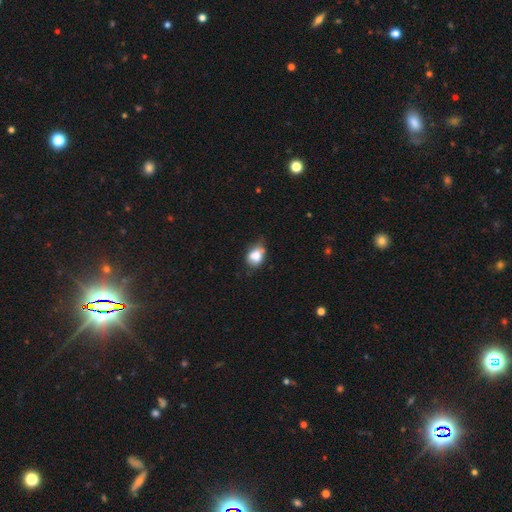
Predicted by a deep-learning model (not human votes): Smooth or featured? Predicted: smooth (p=0.77). How rounded? Predicted: in between (p=0.64). Merging? Predicted: none (p=0.41).